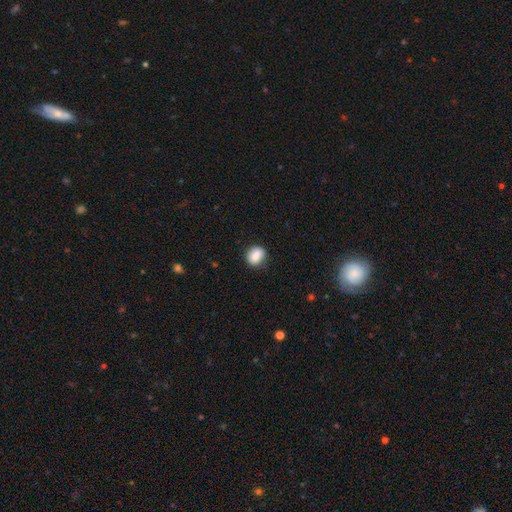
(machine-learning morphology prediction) Smooth or featured? smooth (81%)
How rounded? round (60%)
Merging? none (80%)